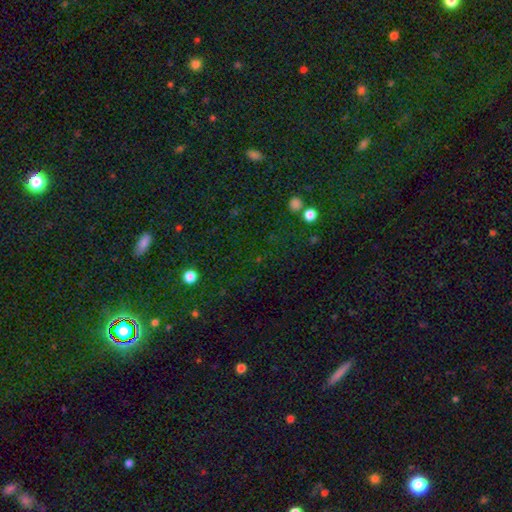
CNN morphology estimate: Smooth or featured: star or artifact — 71% (smooth — 21%)